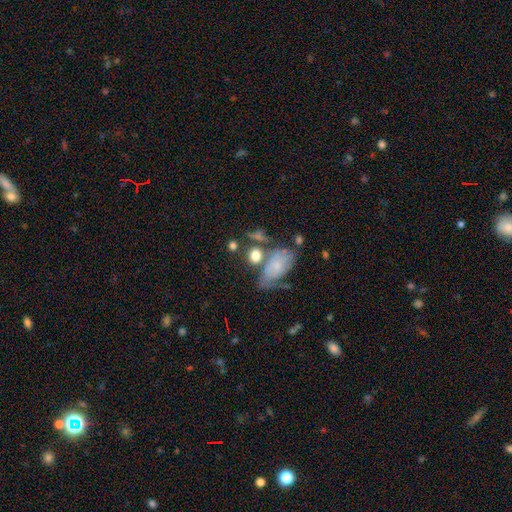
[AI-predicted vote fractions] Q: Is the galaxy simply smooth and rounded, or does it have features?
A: smooth — 72%.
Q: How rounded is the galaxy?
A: round — 56%.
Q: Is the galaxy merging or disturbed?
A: none — 49%.